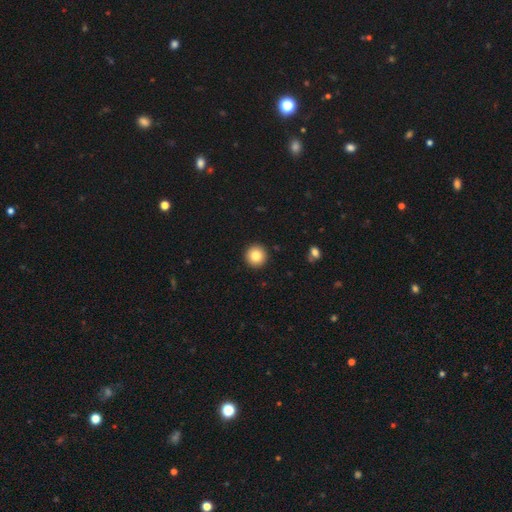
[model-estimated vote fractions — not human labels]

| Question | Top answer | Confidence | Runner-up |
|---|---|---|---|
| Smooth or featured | smooth | 82% | star or artifact (10%) |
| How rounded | round | 96% | in between (3%) |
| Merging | none | 93% | minor disturbance (4%) |